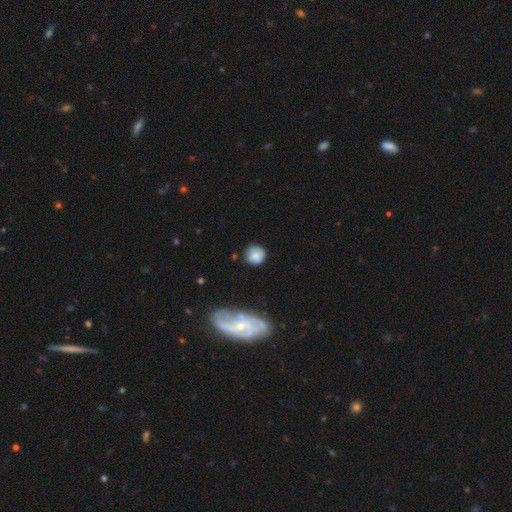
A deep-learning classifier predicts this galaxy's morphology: This is likely a smooth galaxy (73%). How rounded: clearly round (87%). Merging: likely none (73%).